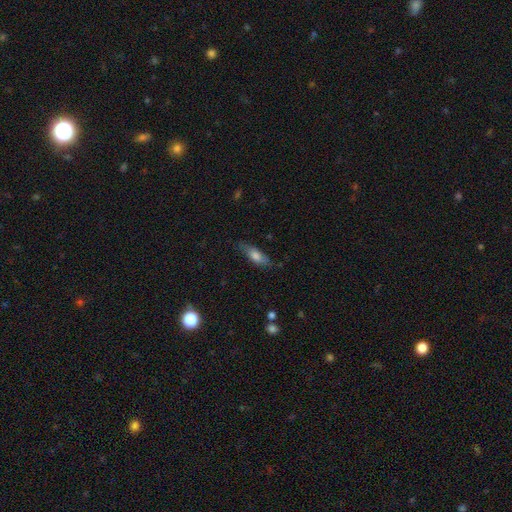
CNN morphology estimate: type=smooth (69%); roundness=in between (53%); merging=none (74%).